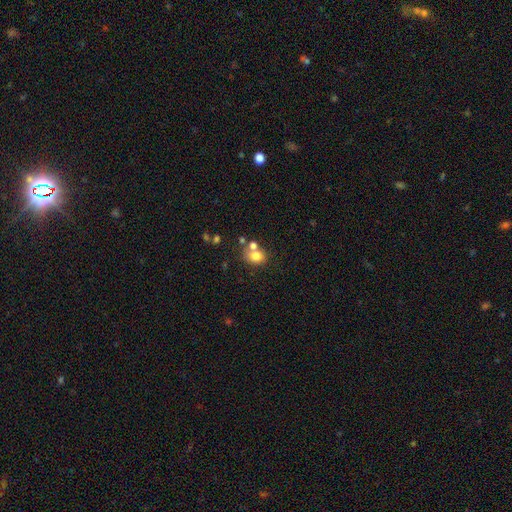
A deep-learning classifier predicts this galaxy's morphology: smooth_or_featured: smooth (p=0.76) [alt: featured or disk p=0.12]
how_rounded: round (p=0.55) [alt: in between p=0.44]
merging: none (p=0.51) [alt: merger p=0.31]